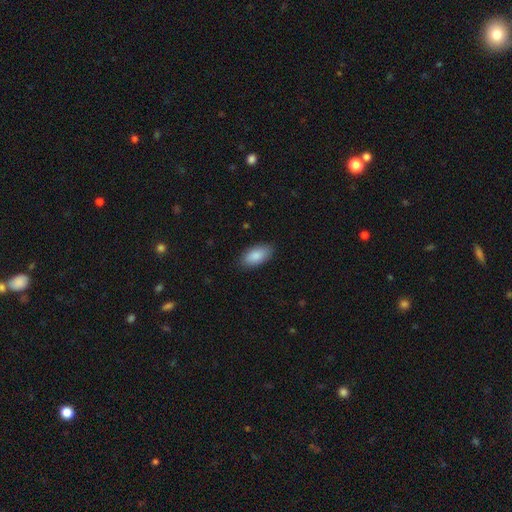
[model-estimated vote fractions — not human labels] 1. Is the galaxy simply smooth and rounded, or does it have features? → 87% smooth, 7% featured or disk, 6% star or artifact.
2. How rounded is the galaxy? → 94% in between, 4% cigar-shaped, 2% round.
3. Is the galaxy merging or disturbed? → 86% none, 10% minor disturbance, 2% major disturbance, 1% merger.